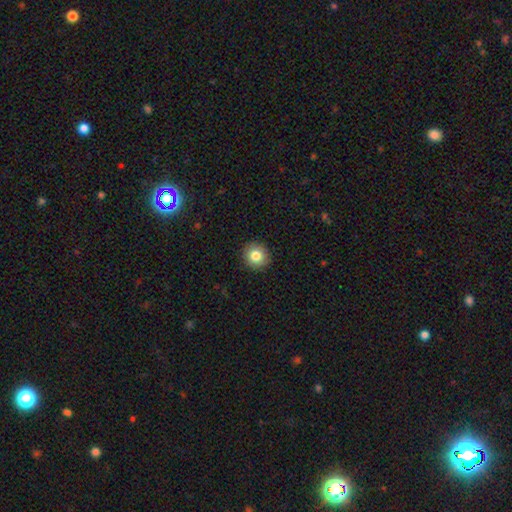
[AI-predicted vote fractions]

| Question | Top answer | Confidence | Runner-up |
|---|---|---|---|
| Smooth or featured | smooth | 82% | star or artifact (10%) |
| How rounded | round | 91% | in between (8%) |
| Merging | none | 92% | minor disturbance (6%) |